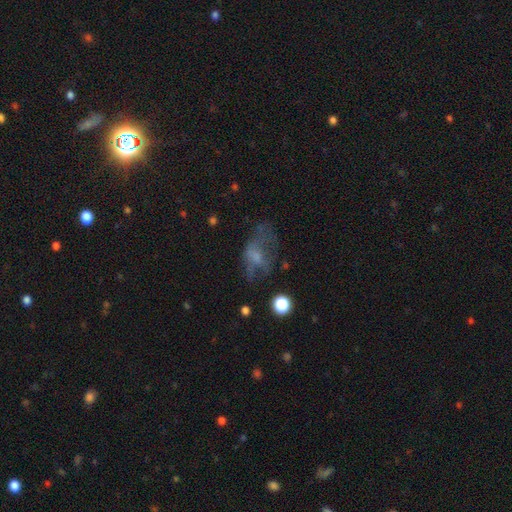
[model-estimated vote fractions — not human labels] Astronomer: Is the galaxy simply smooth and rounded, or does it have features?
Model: smooth — 43% (runner-up: featured or disk, 41%).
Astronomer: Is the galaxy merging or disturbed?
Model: major disturbance — 42% (runner-up: none, 34%).